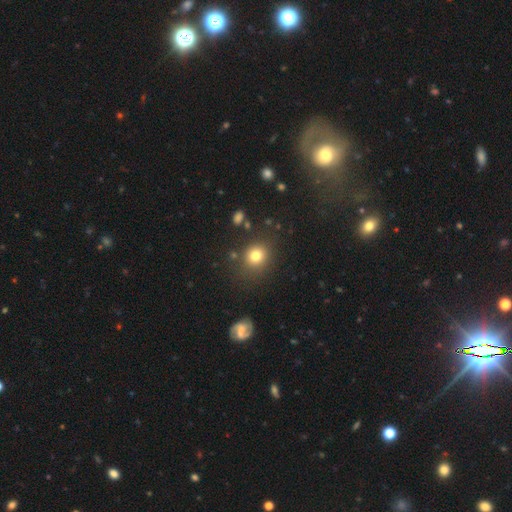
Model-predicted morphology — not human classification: This is likely a smooth galaxy (79%). How rounded: likely round (79%). Merging: clearly none (82%).